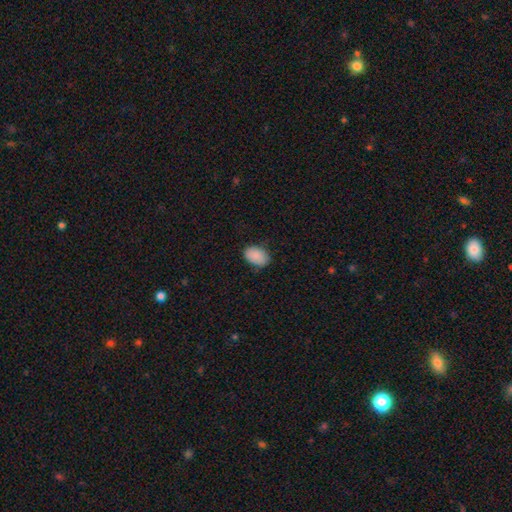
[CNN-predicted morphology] Q: Smooth or featured?
A: smooth (88%); runner-up: star or artifact (7%)
Q: How rounded?
A: in between (84%); runner-up: round (15%)
Q: Merging?
A: none (75%); runner-up: minor disturbance (20%)